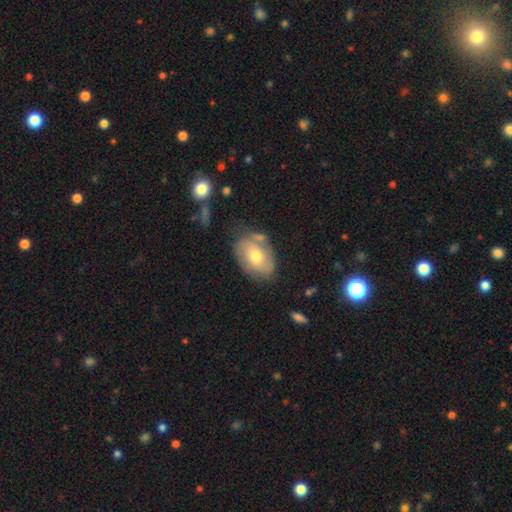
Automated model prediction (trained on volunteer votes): A smooth galaxy with no disk features (58%) that is in between round and cigar-shaped (80%). Merging: none (62%).